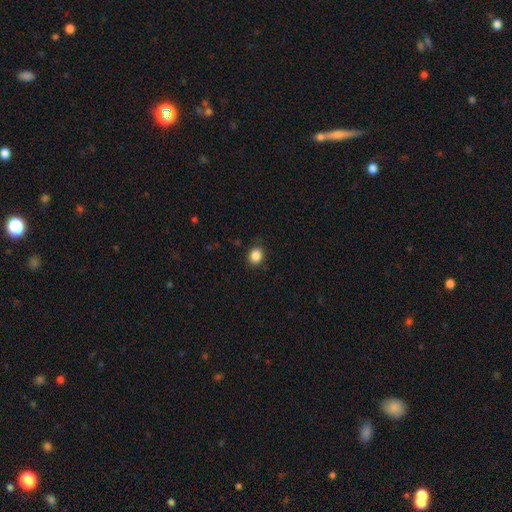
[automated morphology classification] Q: Smooth or featured?
A: smooth (87%); runner-up: star or artifact (10%)
Q: How rounded?
A: round (62%); runner-up: in between (37%)
Q: Merging?
A: none (88%); runner-up: minor disturbance (8%)